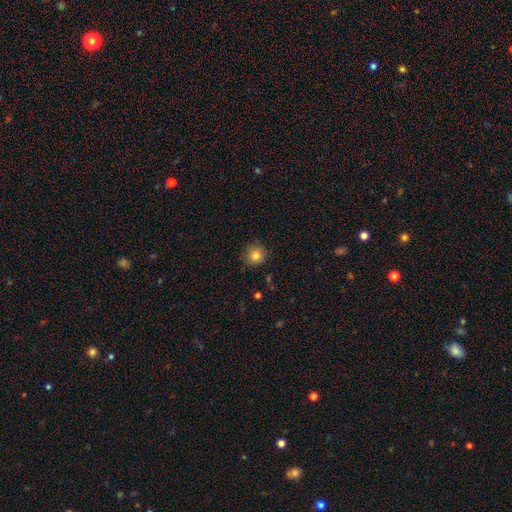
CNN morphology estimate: This is clearly a smooth galaxy (83%). How rounded: clearly round (93%). Merging: clearly none (87%).